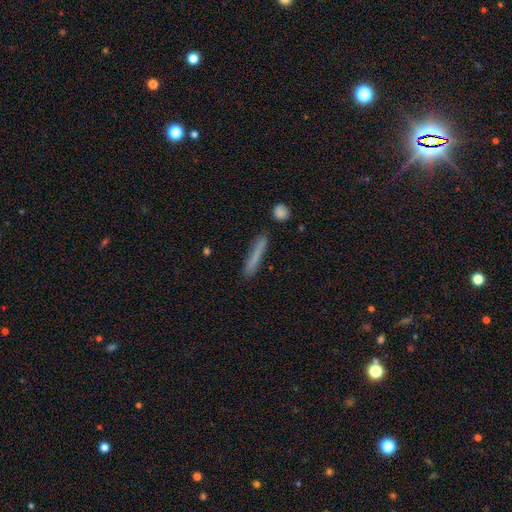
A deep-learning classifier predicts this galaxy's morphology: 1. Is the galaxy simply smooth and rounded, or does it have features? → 74% smooth, 19% featured or disk, 7% star or artifact.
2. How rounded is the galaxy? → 94% cigar-shaped, 4% in between, 2% round.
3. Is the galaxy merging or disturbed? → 84% none, 10% minor disturbance, 3% merger, 2% major disturbance.